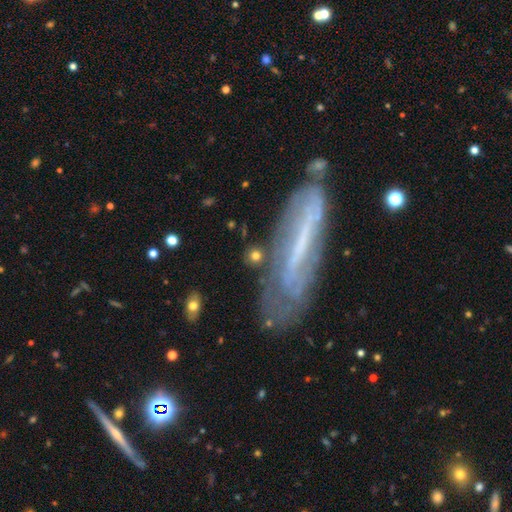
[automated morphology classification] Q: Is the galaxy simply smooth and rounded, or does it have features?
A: smooth — 62%.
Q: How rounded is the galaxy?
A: round — 69%.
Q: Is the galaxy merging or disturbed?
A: none — 78%.